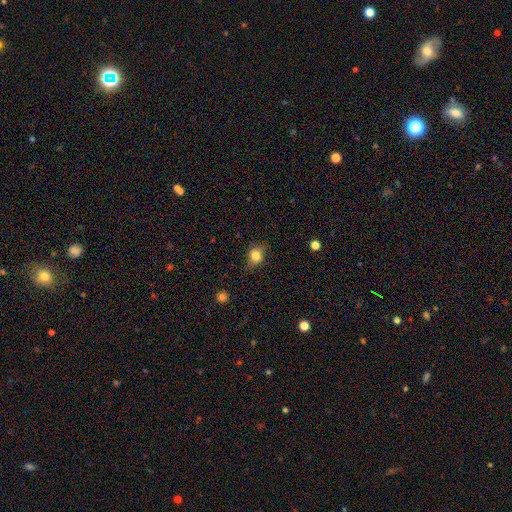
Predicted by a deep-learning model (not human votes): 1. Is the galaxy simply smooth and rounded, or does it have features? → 80% smooth, 11% star or artifact, 9% featured or disk.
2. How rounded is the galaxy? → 55% round, 44% in between, 2% cigar-shaped.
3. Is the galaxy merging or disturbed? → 70% none, 23% minor disturbance, 6% major disturbance, 1% merger.